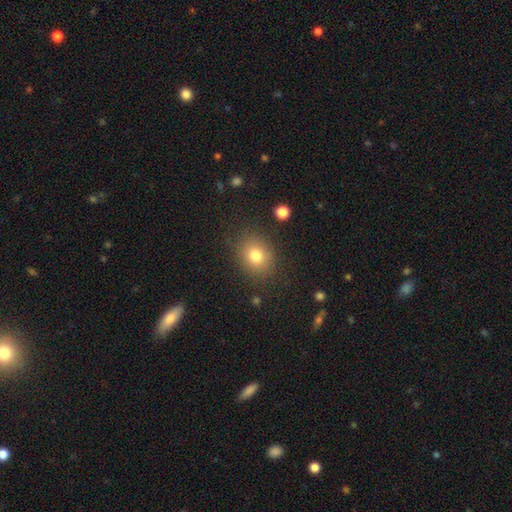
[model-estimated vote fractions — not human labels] Smooth or featured?
  - smooth: 79% *
  - star or artifact: 12%
  - featured or disk: 9%
How rounded?
  - round: 57% *
  - in between: 42%
  - cigar-shaped: 1%
Merging?
  - none: 83% *
  - minor disturbance: 11%
  - major disturbance: 4%
  - merger: 2%